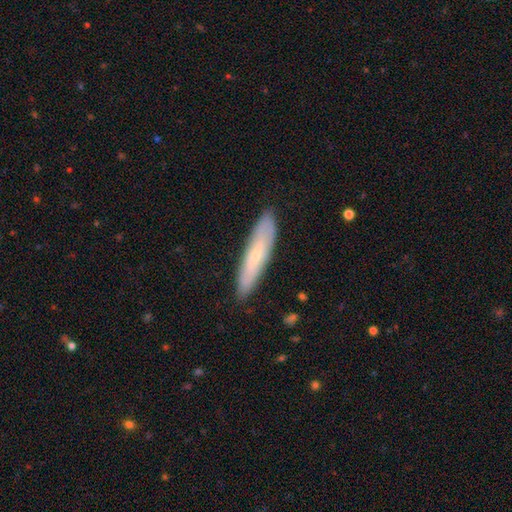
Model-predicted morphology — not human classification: Q: Smooth or featured?
A: smooth (52%); runner-up: featured or disk (42%)
Q: How rounded?
A: cigar-shaped (82%); runner-up: in between (16%)
Q: Merging?
A: none (86%); runner-up: minor disturbance (11%)